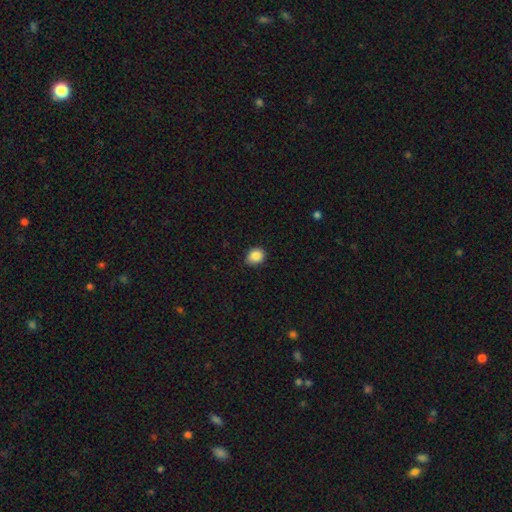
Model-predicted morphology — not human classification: A smooth galaxy with no disk features (87%) that is round (56%). Merging: none (79%).